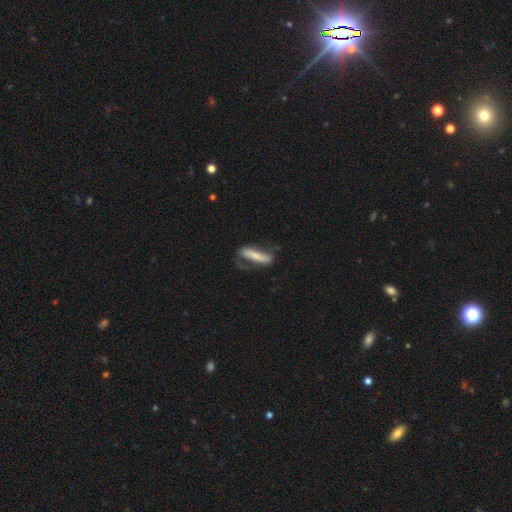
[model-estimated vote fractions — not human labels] Smooth or featured: smooth — 50% (featured or disk — 44%)
Merging: none — 48% (minor disturbance — 26%)